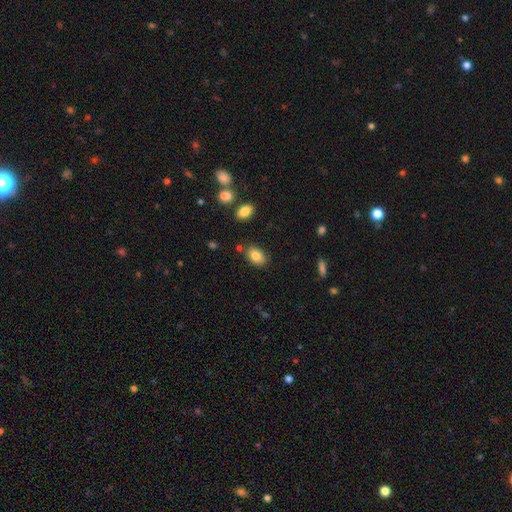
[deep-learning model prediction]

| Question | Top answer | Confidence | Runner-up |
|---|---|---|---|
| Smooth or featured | smooth | 82% | featured or disk (9%) |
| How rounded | in between | 86% | round (13%) |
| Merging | none | 80% | minor disturbance (13%) |